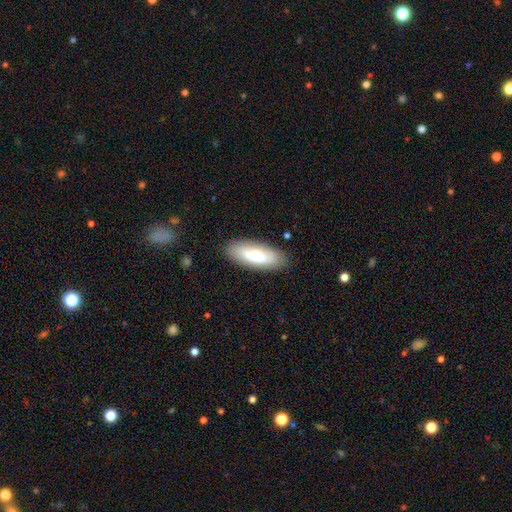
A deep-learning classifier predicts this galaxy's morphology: smooth_or_featured: smooth (p=0.75) [alt: featured or disk p=0.19]
how_rounded: in between (p=0.70) [alt: cigar-shaped p=0.28]
merging: none (p=0.86) [alt: minor disturbance p=0.10]